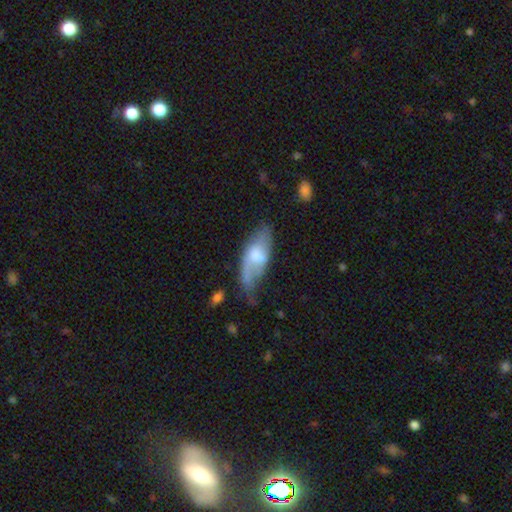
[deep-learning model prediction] This is possibly a featured or disk galaxy (47%). Merging: marginally none (40%).